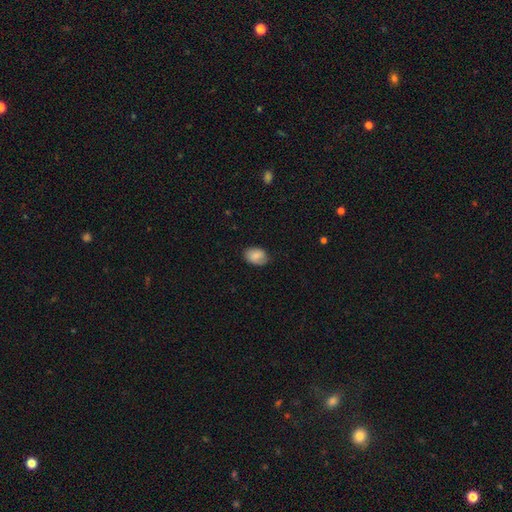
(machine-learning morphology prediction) A smooth galaxy with no disk features (80%) that is in between round and cigar-shaped (79%). Merging: none (73%).